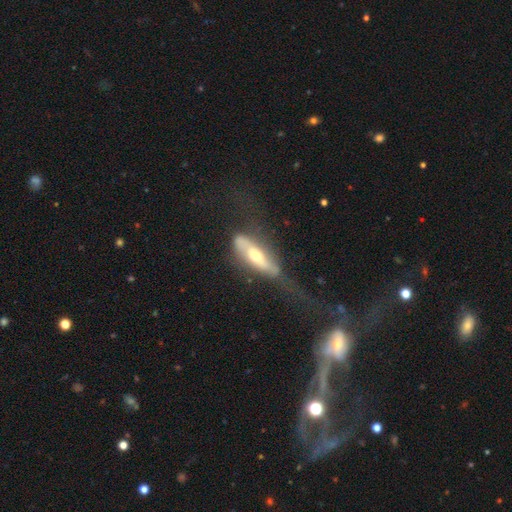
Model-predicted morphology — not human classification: featured or disk 63%, smooth 31%, star or artifact 6%. Down the decision tree: edge-on disk — no (51%); merging — major disturbance (42%).